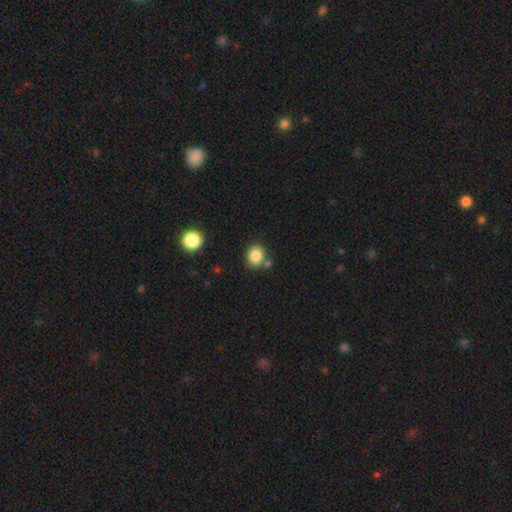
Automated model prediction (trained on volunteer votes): Smooth or featured? smooth (85%)
How rounded? round (75%)
Merging? none (74%)